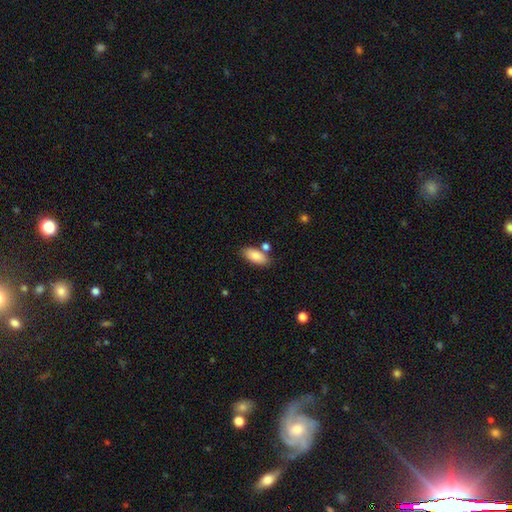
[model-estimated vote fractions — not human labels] smooth_or_featured: smooth (p=0.86) [alt: featured or disk p=0.07]
how_rounded: in between (p=0.88) [alt: cigar-shaped p=0.10]
merging: none (p=0.72) [alt: merger p=0.13]